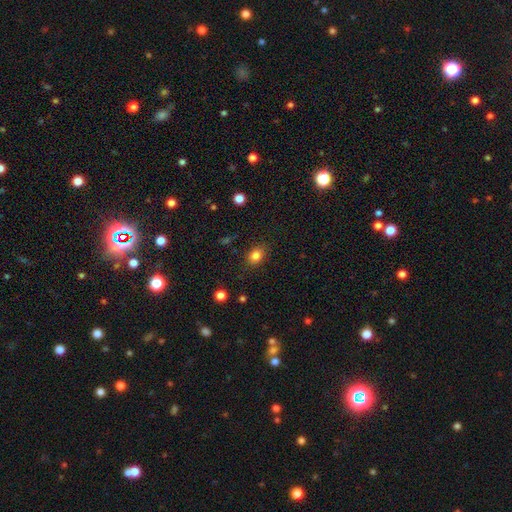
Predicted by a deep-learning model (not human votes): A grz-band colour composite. It shows a smooth galaxy with no disk features (83%) that is in between round and cigar-shaped (58%). Merging: none (84%).